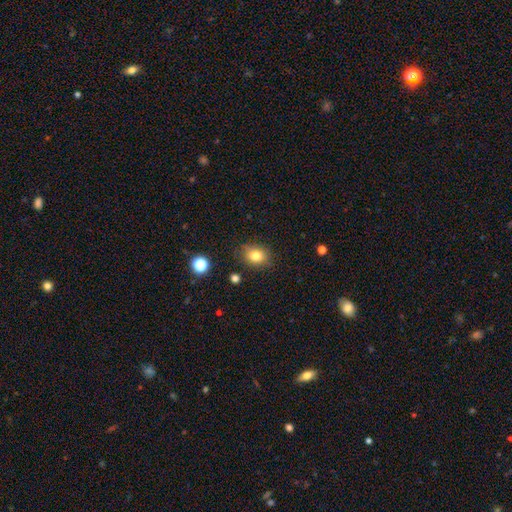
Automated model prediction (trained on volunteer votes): This is likely a smooth galaxy (80%). How rounded: possibly round (57%). Merging: clearly none (81%).